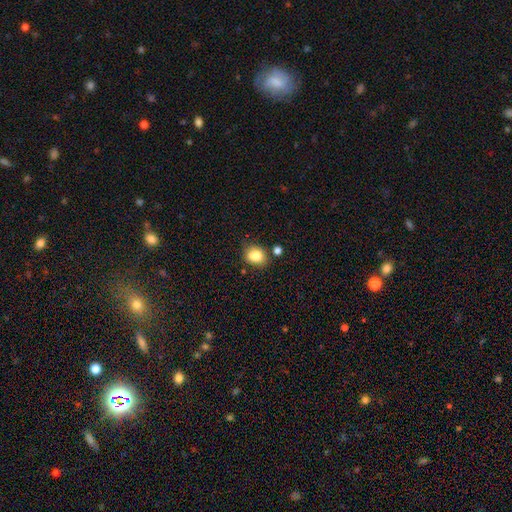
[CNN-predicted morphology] Overall: smooth (83%). How rounded: round (53%; in between 46%). Merging: none (68%).